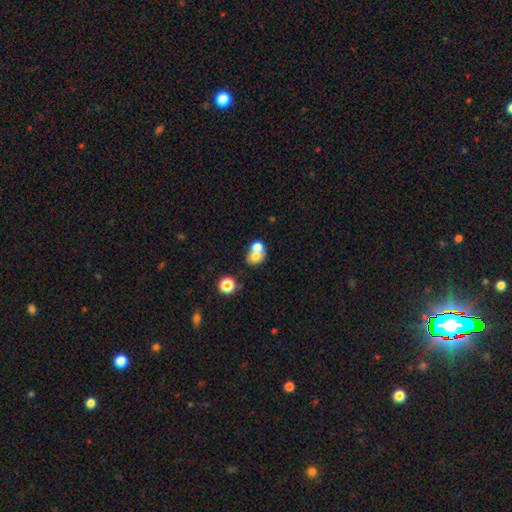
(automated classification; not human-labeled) smooth 68%, featured or disk 21%, star or artifact 11%. Down the decision tree: how rounded — round (62%); merging — merger (62%).